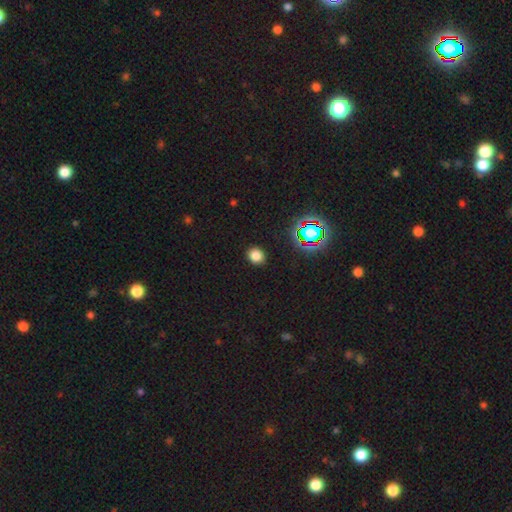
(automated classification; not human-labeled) A smooth galaxy with no disk features (79%) that is round (72%). Merging: none (90%).